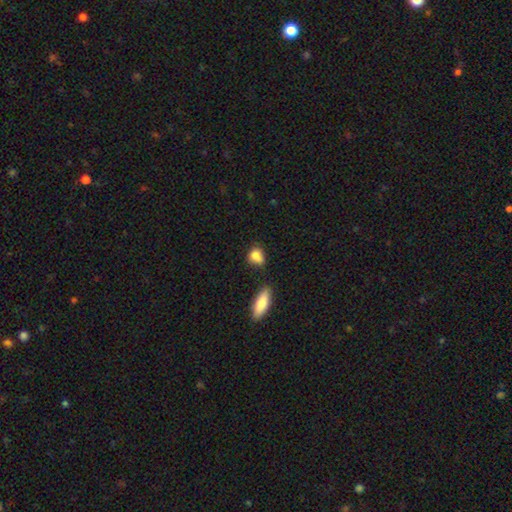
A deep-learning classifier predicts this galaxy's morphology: smooth_or_featured: smooth (p=0.82) [alt: star or artifact p=0.09]
how_rounded: in between (p=0.55) [alt: round p=0.41]
merging: none (p=0.52) [alt: minor disturbance p=0.24]